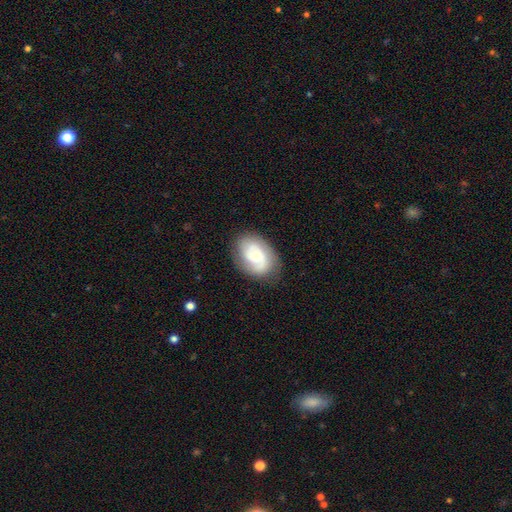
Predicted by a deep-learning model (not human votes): featured or disk 61%, smooth 32%, star or artifact 7%. Down the decision tree: edge-on disk — no (96%); bar — no (66%); spiral arms — yes (87%); spiral arm count — 2 (62%); spiral winding — tight (42%); bulge size — small (50%); merging — none (78%).